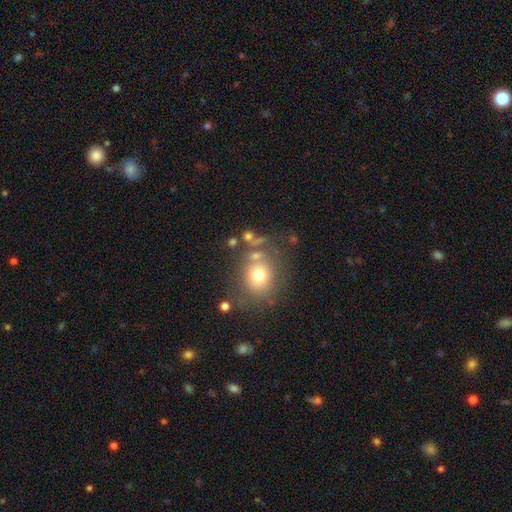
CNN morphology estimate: Smooth or featured? Predicted: smooth (p=0.67). How rounded? Predicted: round (p=0.73). Merging? Predicted: none (p=0.64).